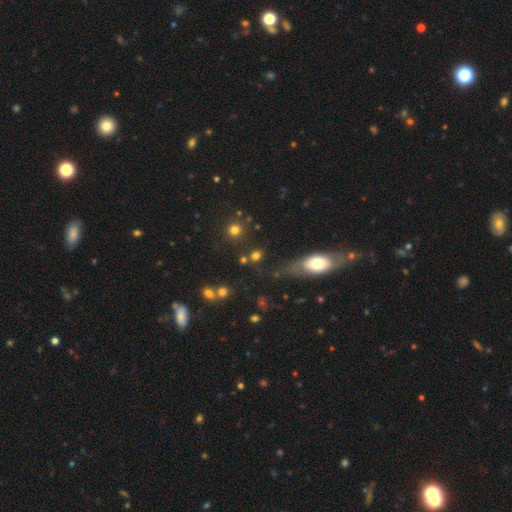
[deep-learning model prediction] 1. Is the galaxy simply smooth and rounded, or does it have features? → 74% smooth, 17% star or artifact, 9% featured or disk.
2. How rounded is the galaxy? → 76% round, 21% in between, 3% cigar-shaped.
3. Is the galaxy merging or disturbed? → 71% none, 12% minor disturbance, 11% merger, 6% major disturbance.